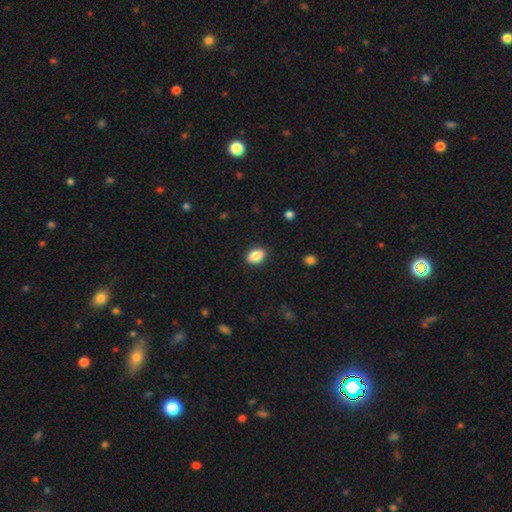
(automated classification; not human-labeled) Morphology: type=smooth (87%); roundness=in between (87%); merging=none (89%).